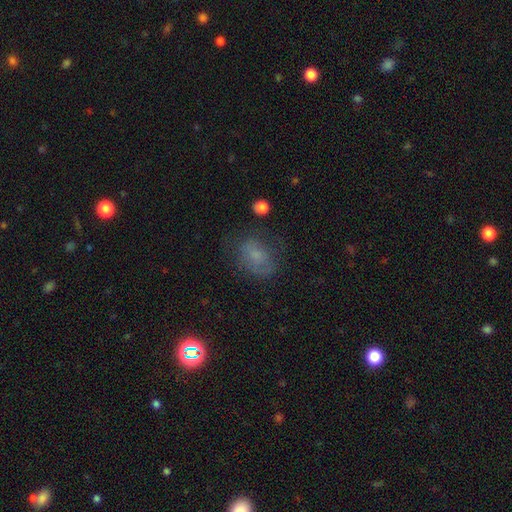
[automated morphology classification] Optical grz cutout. It shows a smooth galaxy with no disk features (59%) that is in between round and cigar-shaped (67%). Merging: none (61%).